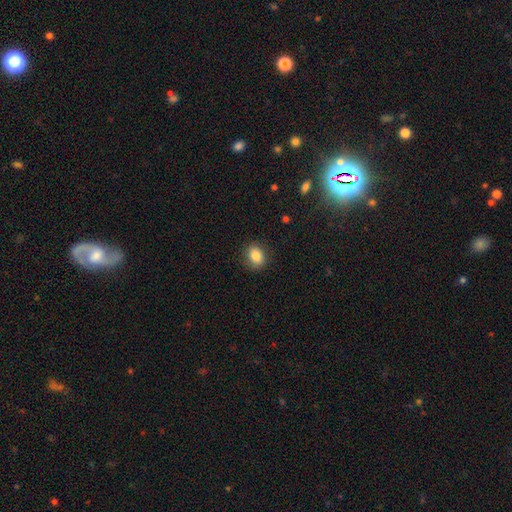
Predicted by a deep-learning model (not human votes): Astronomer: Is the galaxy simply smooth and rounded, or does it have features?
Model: smooth — 84%.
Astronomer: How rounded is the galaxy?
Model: in between — 59% (runner-up: round, 40%).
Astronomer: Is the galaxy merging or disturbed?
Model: none — 85%.